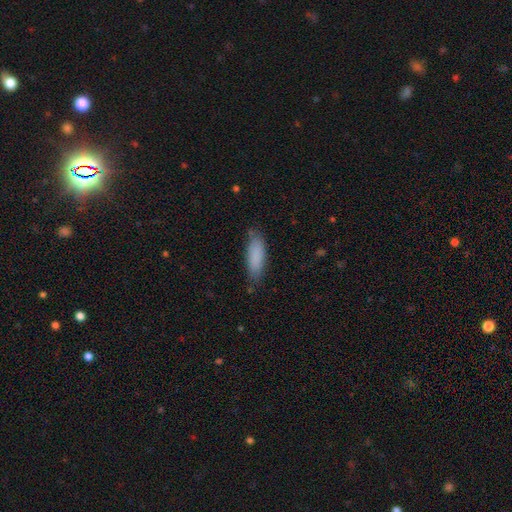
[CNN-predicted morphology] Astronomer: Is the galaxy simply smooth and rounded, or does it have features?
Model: smooth — 86%.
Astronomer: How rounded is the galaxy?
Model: in between — 58% (runner-up: cigar-shaped, 41%).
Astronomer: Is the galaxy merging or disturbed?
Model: none — 76%.